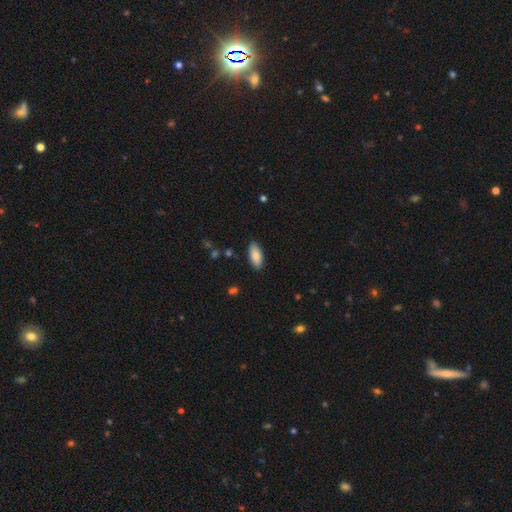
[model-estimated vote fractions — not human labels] This is clearly a smooth galaxy (85%). How rounded: clearly in between (86%). Merging: clearly none (87%).